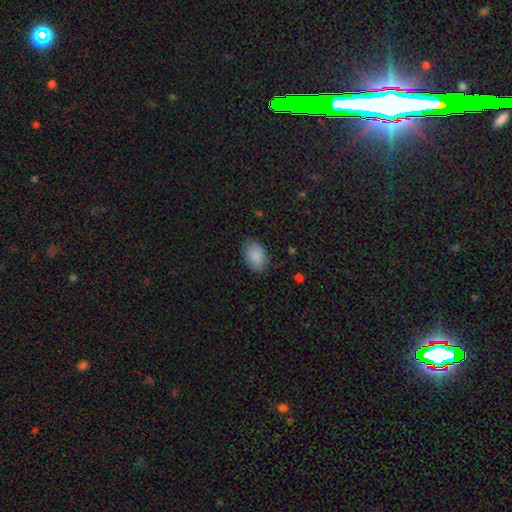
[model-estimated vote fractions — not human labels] Smooth or featured: smooth — 88% (star or artifact — 7%)
How rounded: in between — 83% (round — 16%)
Merging: none — 84% (minor disturbance — 12%)